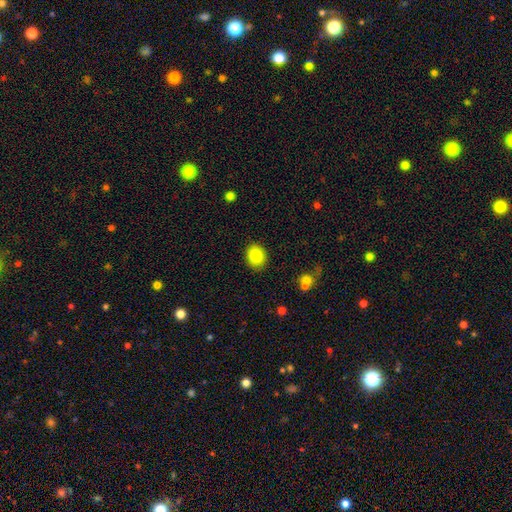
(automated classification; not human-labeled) Smooth or featured: smooth — 89% (star or artifact — 8%)
How rounded: in between — 50% (round — 49%)
Merging: none — 87% (minor disturbance — 9%)